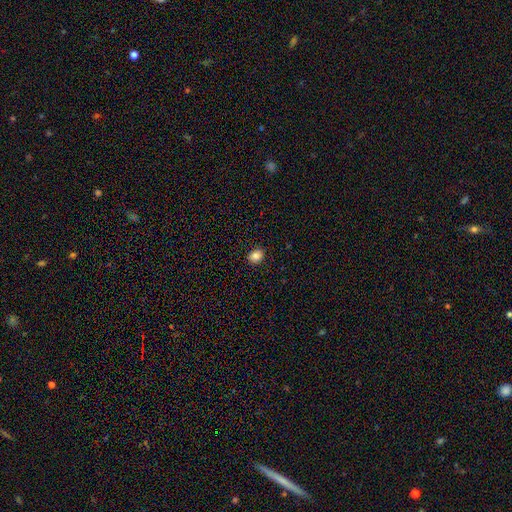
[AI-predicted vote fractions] Q: Smooth or featured?
A: smooth (83%); runner-up: star or artifact (11%)
Q: How rounded?
A: round (59%); runner-up: in between (40%)
Q: Merging?
A: none (90%); runner-up: minor disturbance (7%)